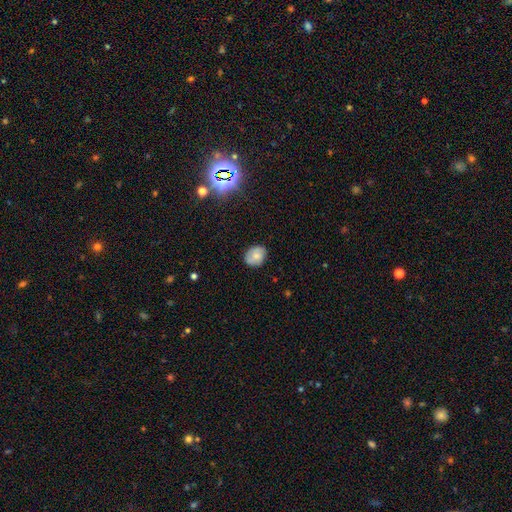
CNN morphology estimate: Smooth or featured? Predicted: smooth (p=0.66). How rounded? Predicted: round (p=0.50). Merging? Predicted: none (p=0.79).